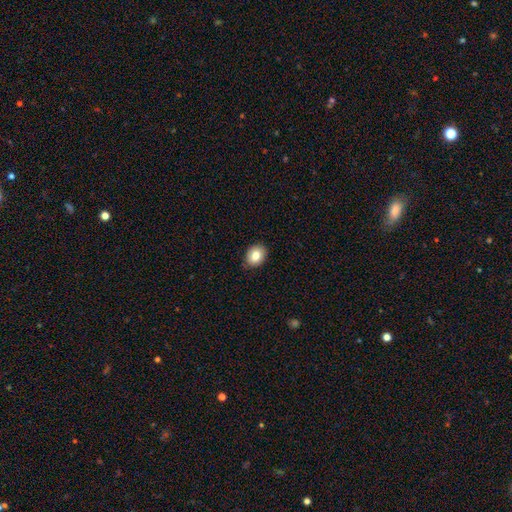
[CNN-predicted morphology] Smooth or featured? smooth (82%)
How rounded? in between (54%)
Merging? none (86%)